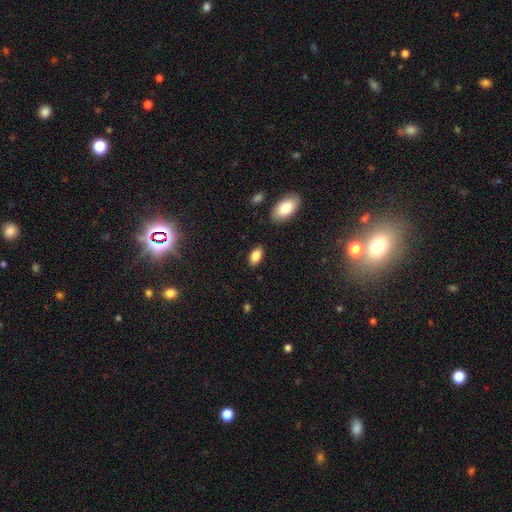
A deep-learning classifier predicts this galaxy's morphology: smooth_or_featured: smooth (p=0.86) [alt: star or artifact p=0.08]
how_rounded: in between (p=0.93) [alt: cigar-shaped p=0.04]
merging: none (p=0.86) [alt: minor disturbance p=0.10]